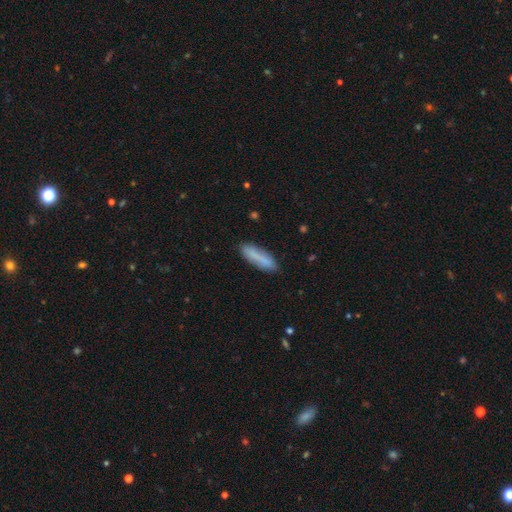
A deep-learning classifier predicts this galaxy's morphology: The model was most divided on "how rounded": cigar-shaped: 69%, in between: 29%, round: 2%. More confident: merging — none (82%); smooth or featured — smooth (80%).